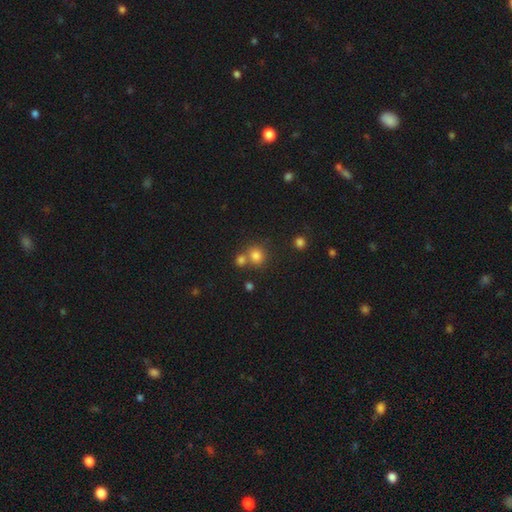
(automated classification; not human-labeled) Smooth or featured? smooth (79%)
How rounded? round (84%)
Merging? none (57%)